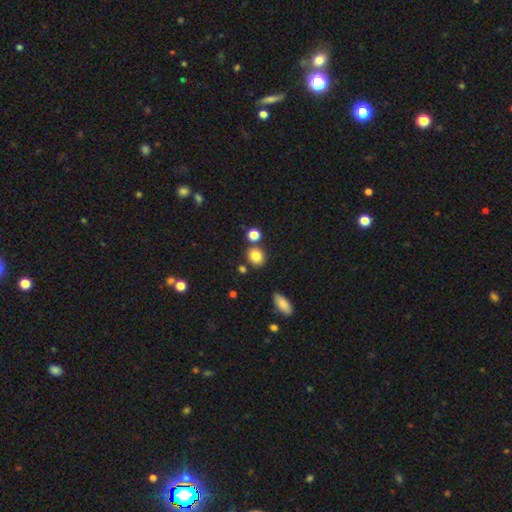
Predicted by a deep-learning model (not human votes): A smooth galaxy with no disk features (81%) that is round (71%).

Vote fractions:
- Smooth or featured? smooth: 81% / star or artifact: 11% / featured or disk: 8%
- How rounded? round: 71% / in between: 27% / cigar-shaped: 1%
- Merging? none: 76% / merger: 11% / minor disturbance: 10% / major disturbance: 3%